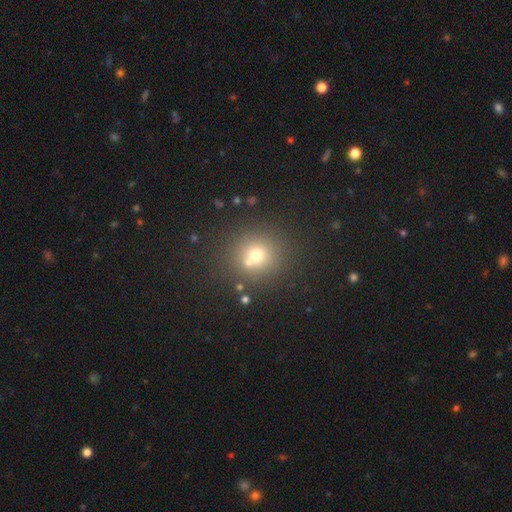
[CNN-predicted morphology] smooth-or-featured: smooth: 66% | star or artifact: 20% | featured or disk: 15%
  how-rounded: round: 89% | in between: 10% | cigar-shaped: 1%
  merging: none: 62% | merger: 26% | minor disturbance: 8% | major disturbance: 4%